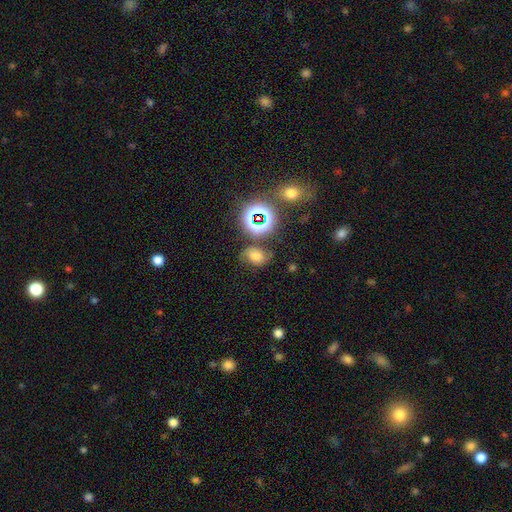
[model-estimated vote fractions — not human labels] Q: Smooth or featured?
A: smooth (53%); runner-up: star or artifact (27%)
Q: How rounded?
A: in between (69%); runner-up: round (30%)
Q: Merging?
A: none (57%); runner-up: minor disturbance (23%)